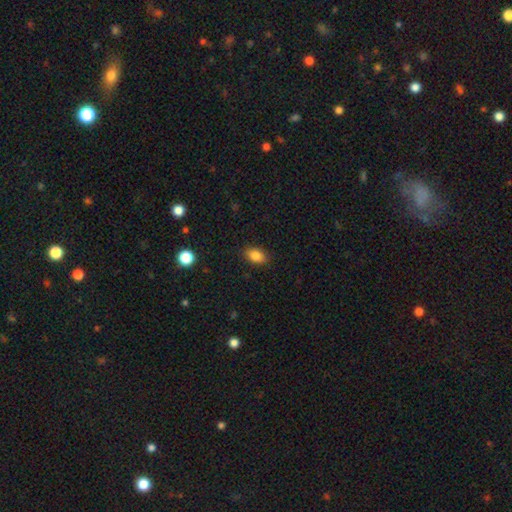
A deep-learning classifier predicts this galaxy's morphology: Q: Smooth or featured?
A: smooth (85%); runner-up: star or artifact (9%)
Q: How rounded?
A: in between (86%); runner-up: round (12%)
Q: Merging?
A: none (87%); runner-up: minor disturbance (10%)